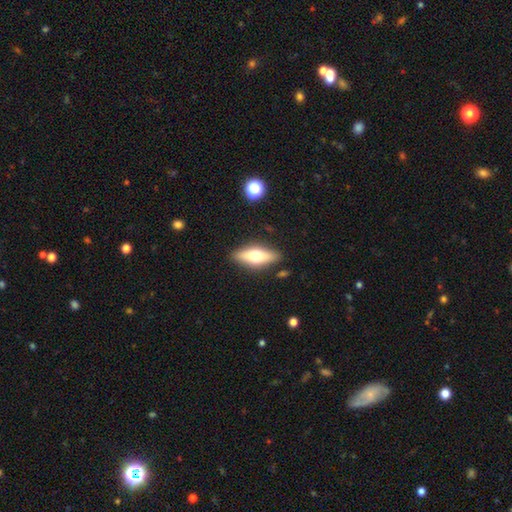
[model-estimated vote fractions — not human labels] A smooth galaxy with no disk features (54%) that is in between round and cigar-shaped (60%). Merging: none (86%).